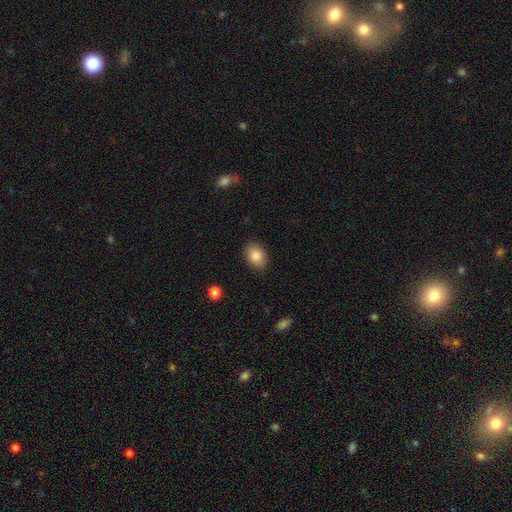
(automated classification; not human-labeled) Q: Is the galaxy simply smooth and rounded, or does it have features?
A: smooth — 86%.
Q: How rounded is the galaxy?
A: in between — 78%.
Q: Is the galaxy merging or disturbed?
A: none — 88%.